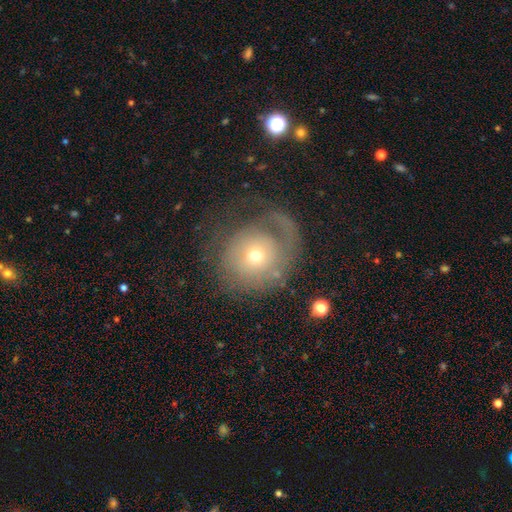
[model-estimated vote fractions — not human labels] Q: Smooth or featured?
A: featured or disk (45%); runner-up: smooth (44%)
Q: Merging?
A: none (40%); runner-up: major disturbance (37%)